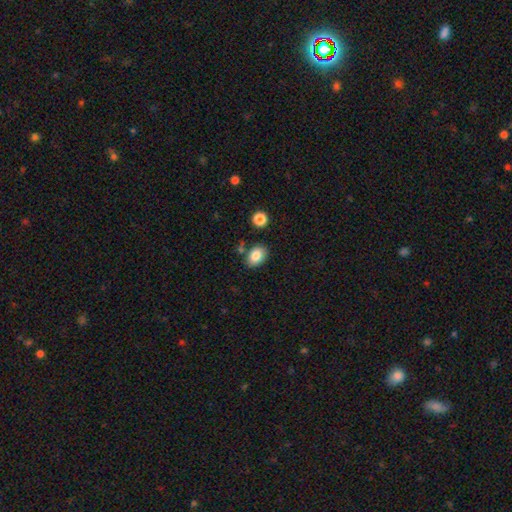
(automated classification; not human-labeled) Morphology: type=smooth (84%); roundness=in between (78%); merging=none (80%).